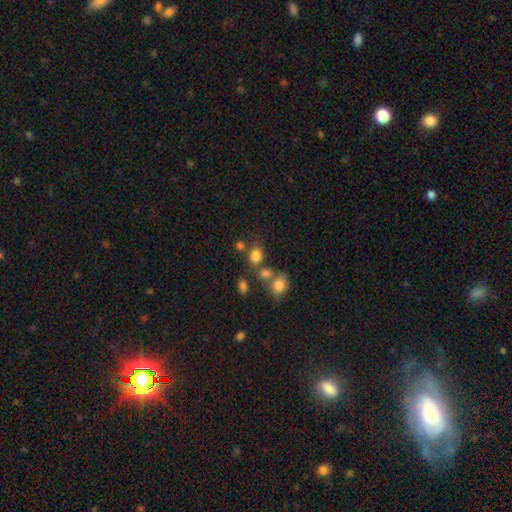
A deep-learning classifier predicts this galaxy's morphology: smooth_or_featured: smooth (p=0.79) [alt: star or artifact p=0.13]
how_rounded: round (p=0.54) [alt: in between p=0.45]
merging: none (p=0.58) [alt: merger p=0.23]